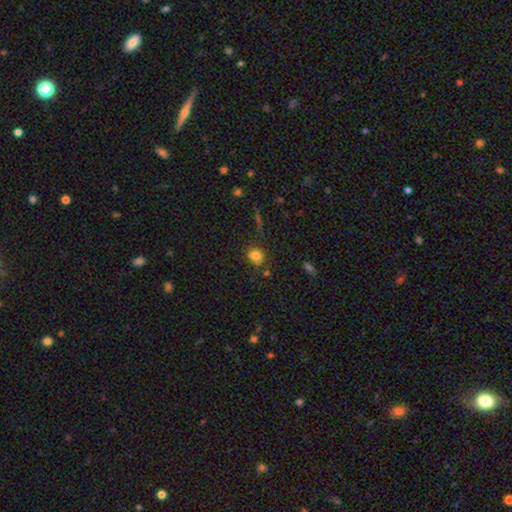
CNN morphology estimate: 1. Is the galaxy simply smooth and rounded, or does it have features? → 73% smooth, 17% star or artifact, 10% featured or disk.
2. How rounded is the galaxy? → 68% round, 30% in between, 2% cigar-shaped.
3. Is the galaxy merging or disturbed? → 59% none, 18% minor disturbance, 16% merger, 7% major disturbance.